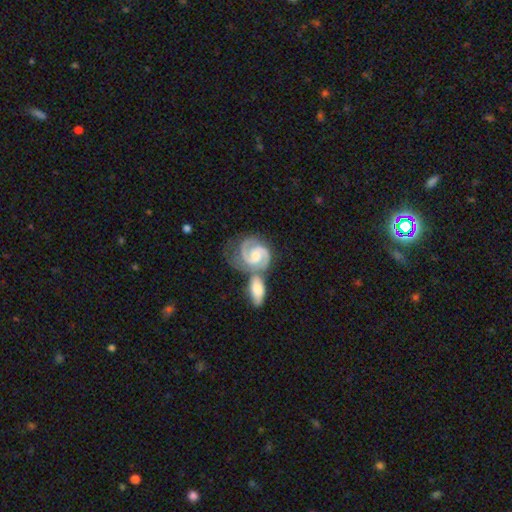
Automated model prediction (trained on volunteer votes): Smooth or featured: featured or disk — 89% (smooth — 7%)
Edge-on disk: no — 97% (yes — 3%)
Bar: no — 46% (weak — 40%)
Spiral arms: yes — 98% (no — 2%)
Spiral winding: tight — 51% (medium — 43%)
Spiral arm count: 2 — 88% (3 — 4%)
Bulge size: moderate — 51% (small — 33%)
Merging: merger — 46% (none — 35%)